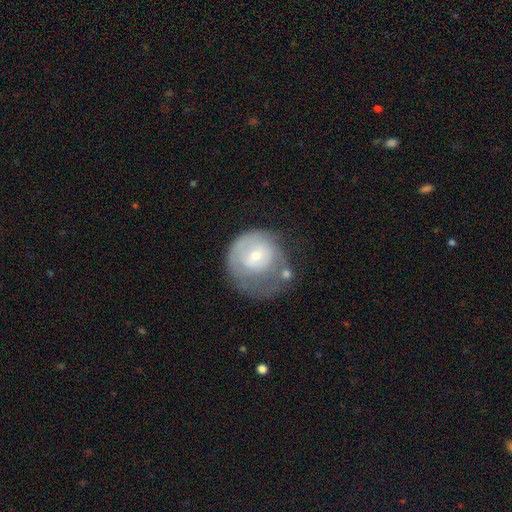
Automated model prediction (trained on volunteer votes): This is possibly a featured or disk galaxy (51%). It is clearly not viewed edge-on (97%). Merging: marginally major disturbance (34%).